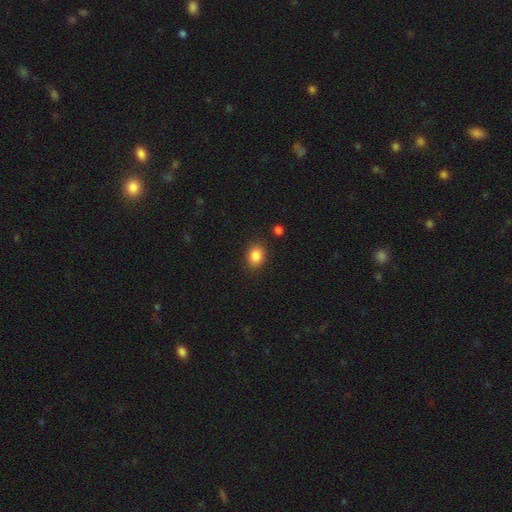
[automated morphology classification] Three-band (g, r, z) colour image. It shows a smooth galaxy with no disk features (86%) that is in between round and cigar-shaped (53%). Merging: none (86%).